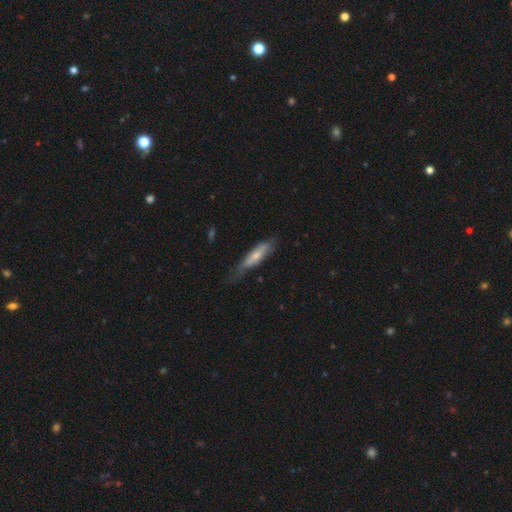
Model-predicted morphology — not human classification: smooth_or_featured: smooth (p=0.58) [alt: featured or disk p=0.37]
how_rounded: cigar-shaped (p=0.71) [alt: in between p=0.27]
merging: none (p=0.52) [alt: minor disturbance p=0.33]